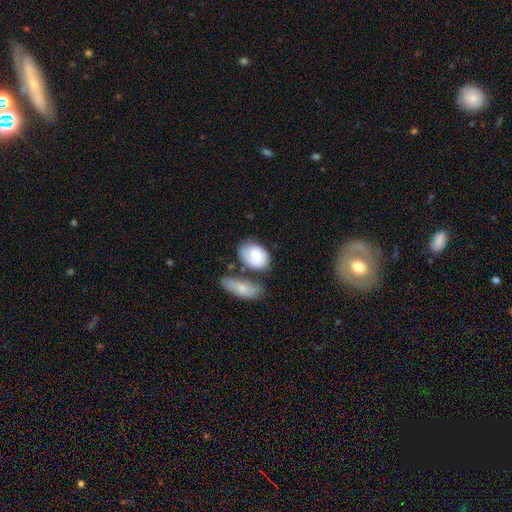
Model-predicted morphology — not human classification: The model was most divided on "merging": none: 46%, merger: 23%, minor disturbance: 22%, major disturbance: 8%. More confident: how rounded — in between (76%); smooth or featured — smooth (69%).